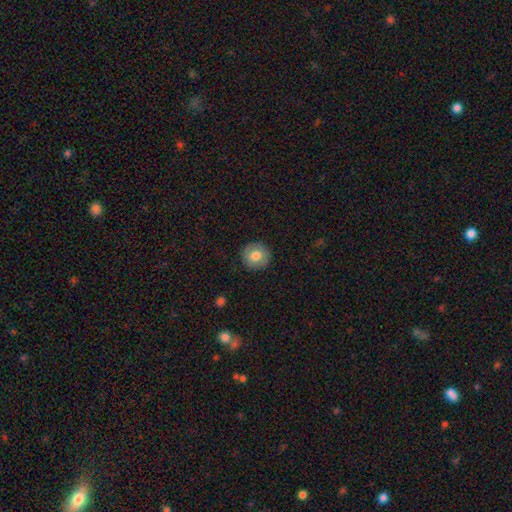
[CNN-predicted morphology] This appears to be a smooth galaxy with no disk features (78%) that is round (92%). Merging: none (90%).